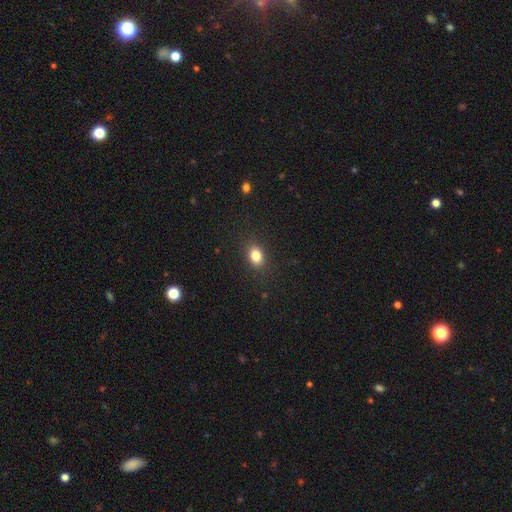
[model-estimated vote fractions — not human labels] A smooth galaxy with no disk features (83%) that is in between round and cigar-shaped (72%).

Vote fractions:
- Smooth or featured? smooth: 83% / star or artifact: 10% / featured or disk: 7%
- How rounded? in between: 72% / round: 27% / cigar-shaped: 2%
- Merging? none: 86% / minor disturbance: 10% / major disturbance: 3% / merger: 1%